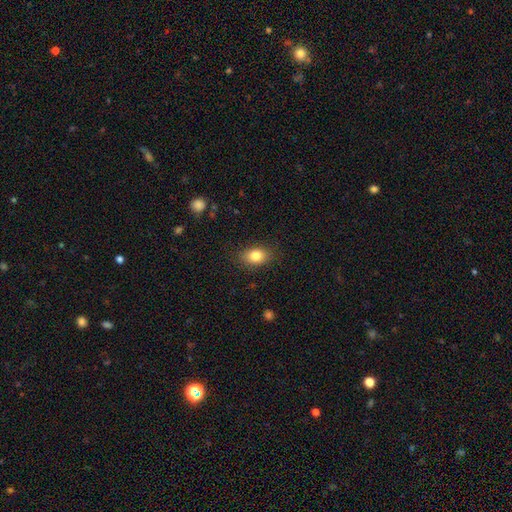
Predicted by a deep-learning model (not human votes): Q: Smooth or featured?
A: smooth (84%); runner-up: star or artifact (9%)
Q: How rounded?
A: in between (80%); runner-up: round (18%)
Q: Merging?
A: none (85%); runner-up: minor disturbance (11%)